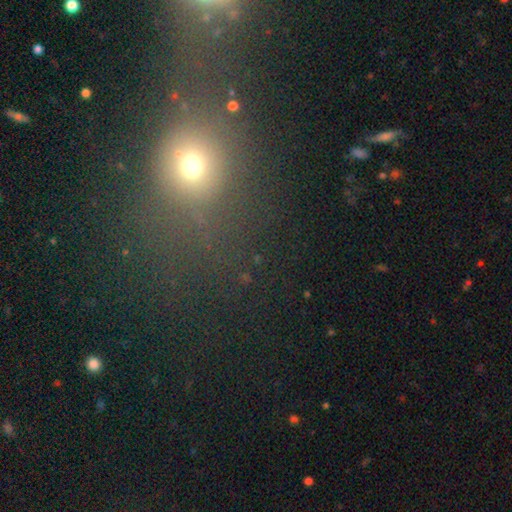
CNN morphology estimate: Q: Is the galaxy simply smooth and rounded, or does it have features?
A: smooth — 47%.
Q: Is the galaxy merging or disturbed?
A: none — 68%.